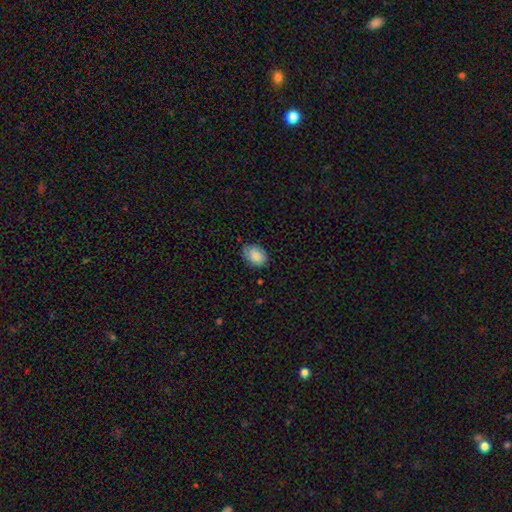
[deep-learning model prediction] Q: Smooth or featured?
A: smooth (89%); runner-up: star or artifact (7%)
Q: How rounded?
A: in between (78%); runner-up: round (21%)
Q: Merging?
A: none (77%); runner-up: minor disturbance (19%)